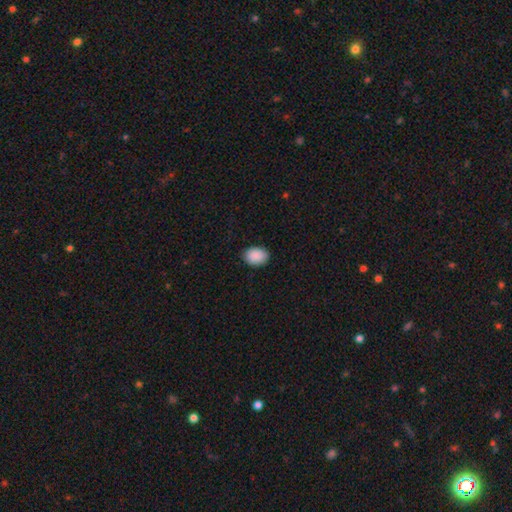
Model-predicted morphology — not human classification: Smooth or featured? smooth (90%)
How rounded? in between (69%)
Merging? none (87%)